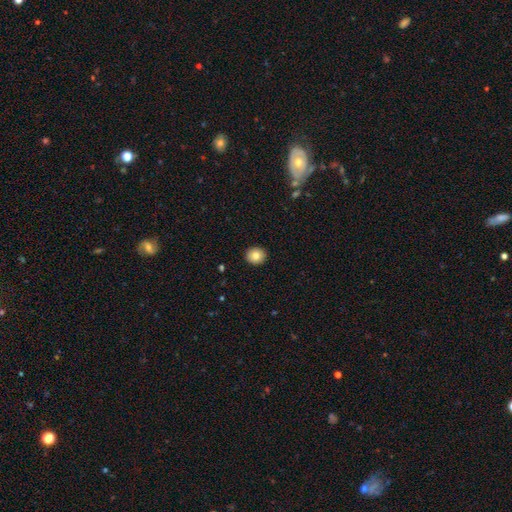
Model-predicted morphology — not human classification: Smooth or featured: smooth — 81% (featured or disk — 10%)
How rounded: round — 80% (in between — 19%)
Merging: none — 92% (minor disturbance — 5%)